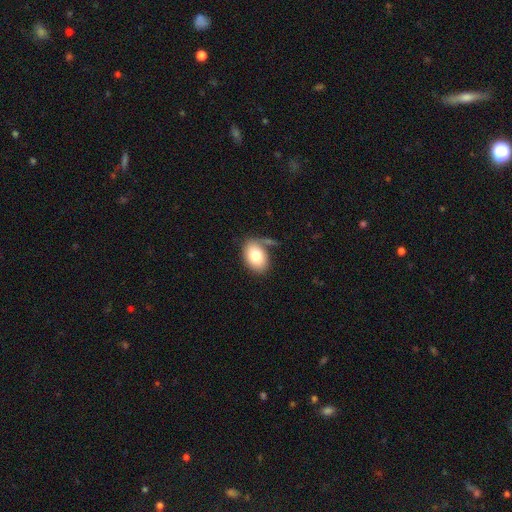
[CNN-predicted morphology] smooth 79%, featured or disk 14%, star or artifact 7%. Down the decision tree: how rounded — in between (80%); merging — none (62%).